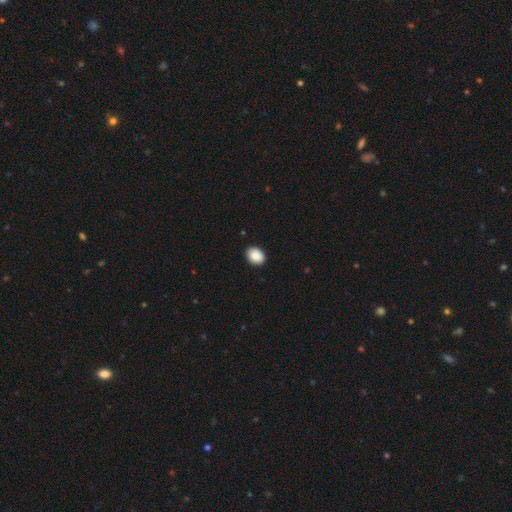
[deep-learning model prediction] Smooth or featured: smooth — 90% (star or artifact — 7%)
How rounded: in between — 66% (round — 34%)
Merging: none — 90% (minor disturbance — 7%)